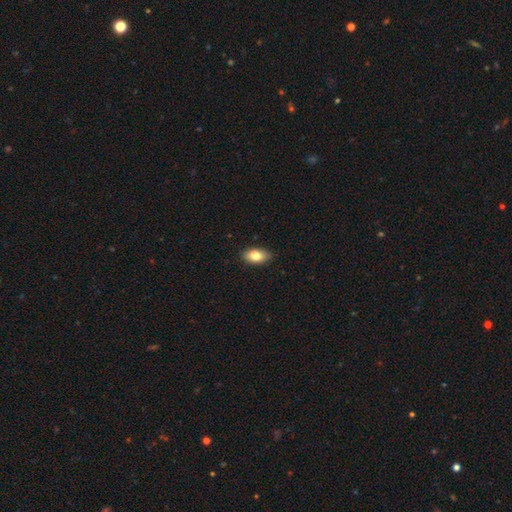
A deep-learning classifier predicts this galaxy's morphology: A smooth galaxy with no disk features (82%) that is in between round and cigar-shaped (90%). Merging: none (87%).